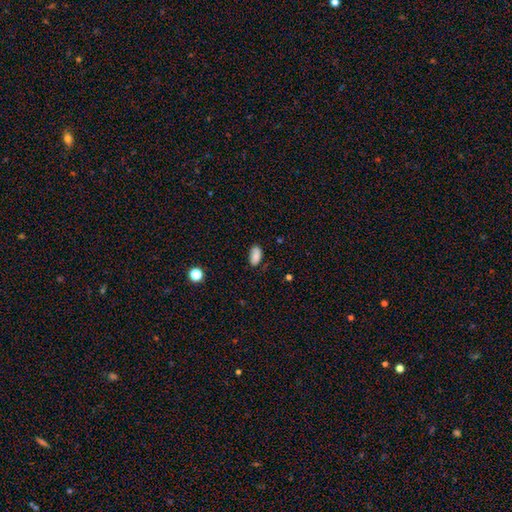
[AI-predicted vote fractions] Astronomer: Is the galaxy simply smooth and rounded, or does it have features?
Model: smooth — 84%.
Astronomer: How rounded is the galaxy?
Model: in between — 92%.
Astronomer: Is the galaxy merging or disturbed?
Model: none — 72%.